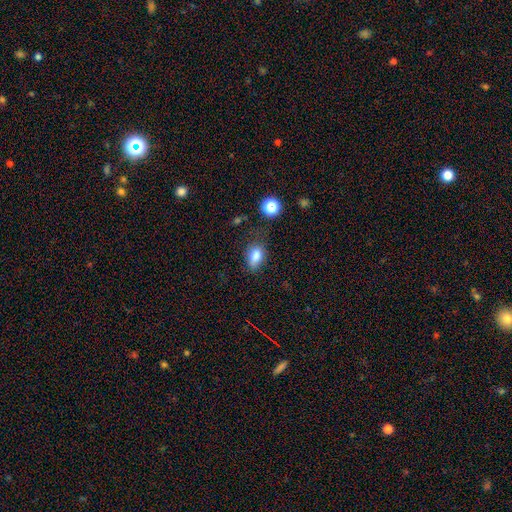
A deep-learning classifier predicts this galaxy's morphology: Smooth or featured? Predicted: smooth (p=0.81). How rounded? Predicted: in between (p=0.82). Merging? Predicted: none (p=0.58).